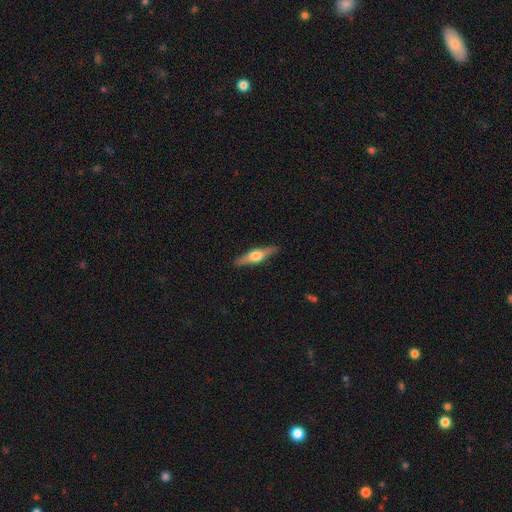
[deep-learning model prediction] Q: Smooth or featured?
A: featured or disk (63%); runner-up: smooth (31%)
Q: Edge-on disk?
A: yes (96%); runner-up: no (4%)
Q: Edge-on bulge?
A: rounded (93%); runner-up: boxy (5%)
Q: Merging?
A: none (89%); runner-up: minor disturbance (8%)